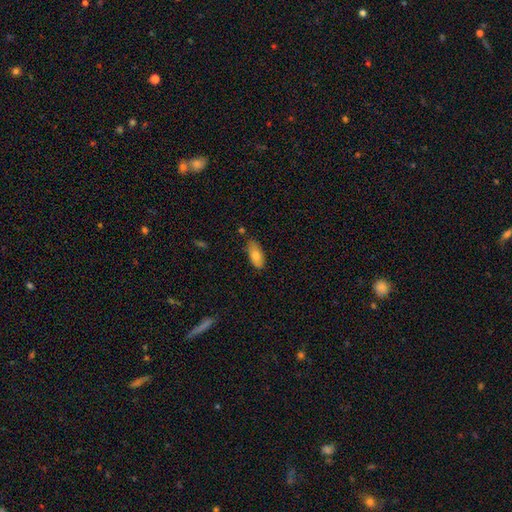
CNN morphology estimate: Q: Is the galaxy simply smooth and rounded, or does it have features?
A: smooth — 76%.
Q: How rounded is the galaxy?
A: in between — 85%.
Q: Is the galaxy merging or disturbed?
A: none — 76%.